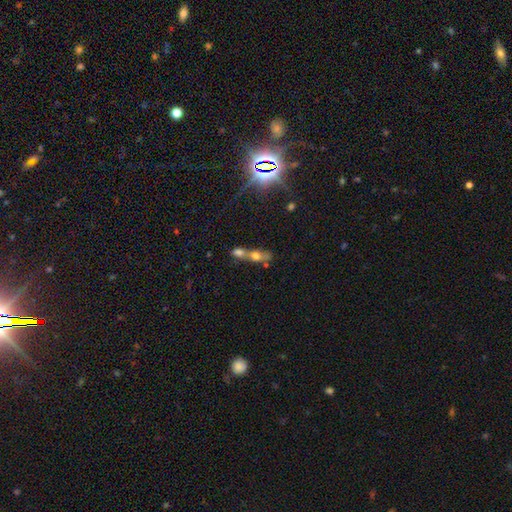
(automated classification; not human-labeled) Morphology: type=smooth (60%); roundness=in between (56%); merging=merger (71%).